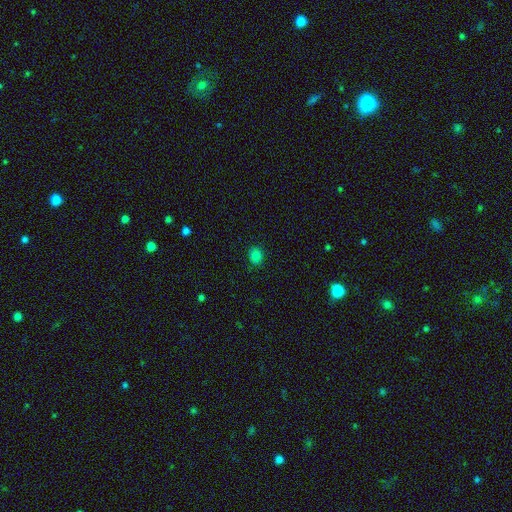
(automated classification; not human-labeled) Morphology: type=smooth (81%); roundness=round (61%); merging=none (87%).